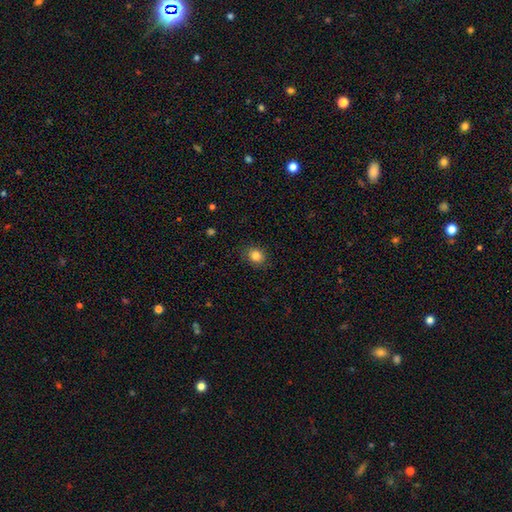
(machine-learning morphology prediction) The model was most divided on "how rounded": round: 61%, in between: 38%, cigar-shaped: 1%. More confident: merging — none (86%); smooth or featured — smooth (84%).